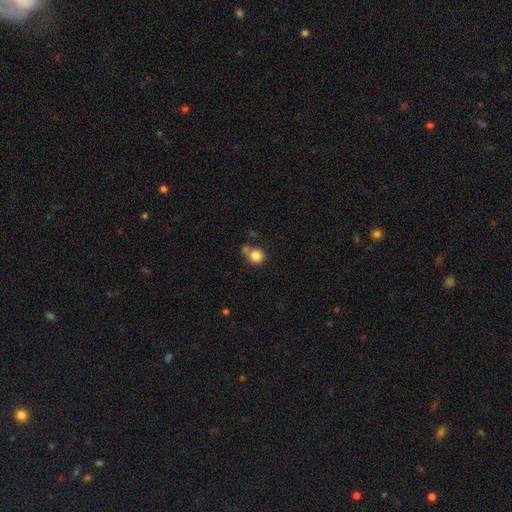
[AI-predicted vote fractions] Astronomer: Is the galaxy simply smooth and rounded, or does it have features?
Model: smooth — 84%.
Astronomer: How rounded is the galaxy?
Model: round — 87%.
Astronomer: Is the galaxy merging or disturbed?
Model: none — 57%.